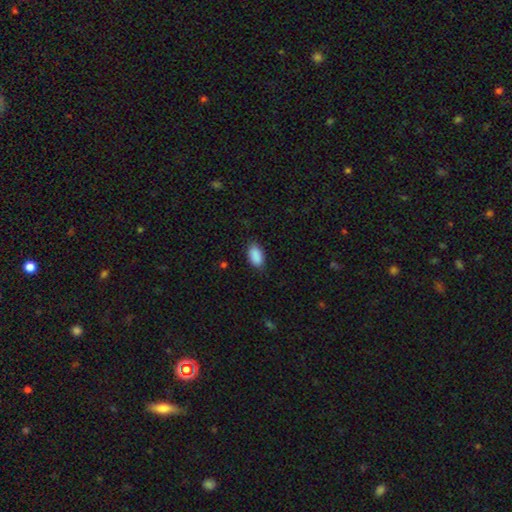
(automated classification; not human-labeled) This is clearly a smooth galaxy (90%). How rounded: clearly in between (94%). Merging: clearly none (85%).